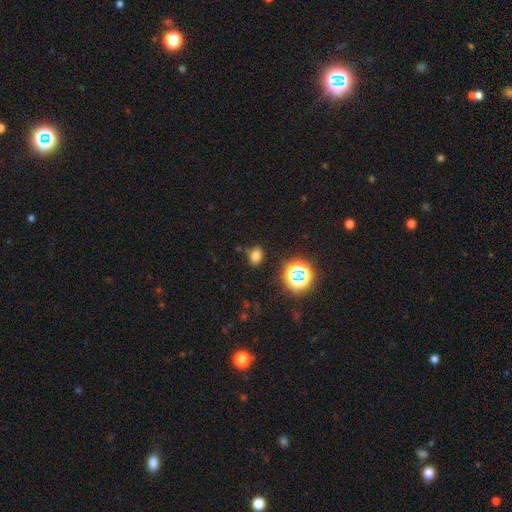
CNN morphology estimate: Overall: smooth (72%). How rounded: in between (70%). Merging: none (78%).